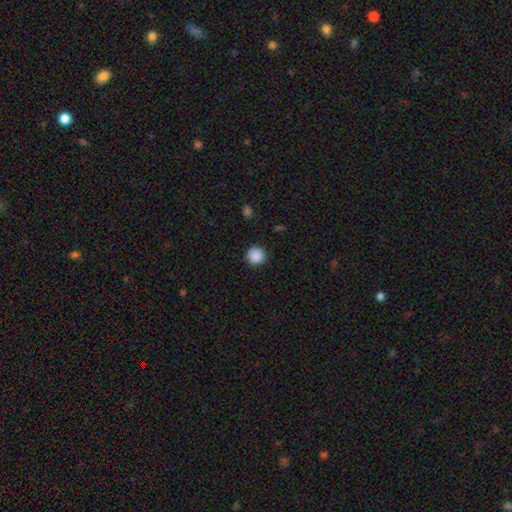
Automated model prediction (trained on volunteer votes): smooth-or-featured: smooth: 88% | star or artifact: 9% | featured or disk: 2%
  how-rounded: round: 94% | in between: 5% | cigar-shaped: 1%
  merging: none: 91% | minor disturbance: 6% | major disturbance: 2% | merger: 1%